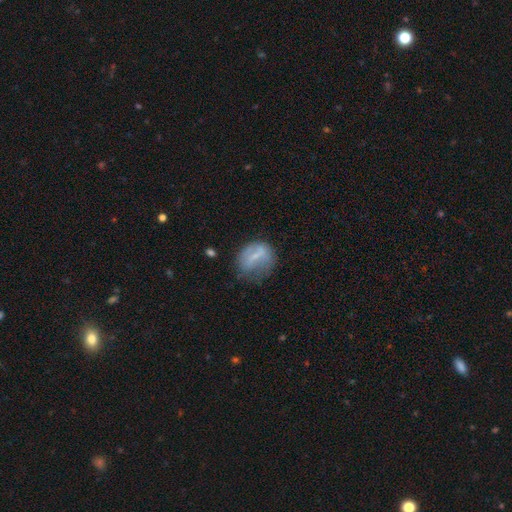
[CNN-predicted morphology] Smooth or featured? Predicted: smooth (p=0.53). How rounded? Predicted: round (p=0.52). Merging? Predicted: none (p=0.44).